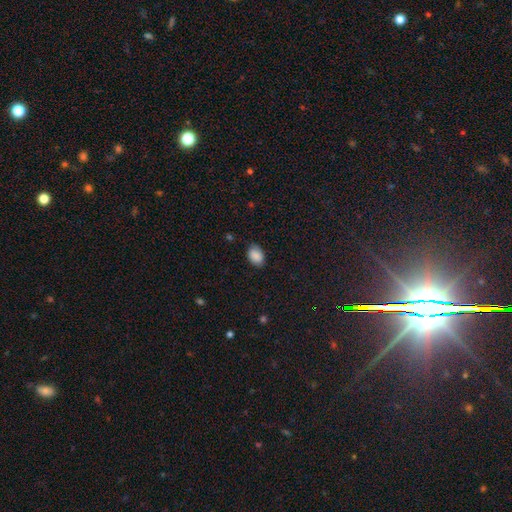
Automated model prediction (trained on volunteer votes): Morphology: type=smooth (88%); roundness=in between (83%); merging=none (83%).